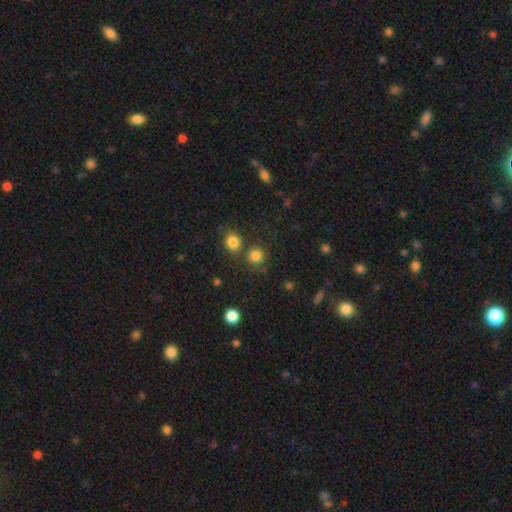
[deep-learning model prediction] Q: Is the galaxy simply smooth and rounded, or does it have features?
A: smooth — 81%.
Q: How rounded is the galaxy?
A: round — 89%.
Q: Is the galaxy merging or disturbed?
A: none — 69%.